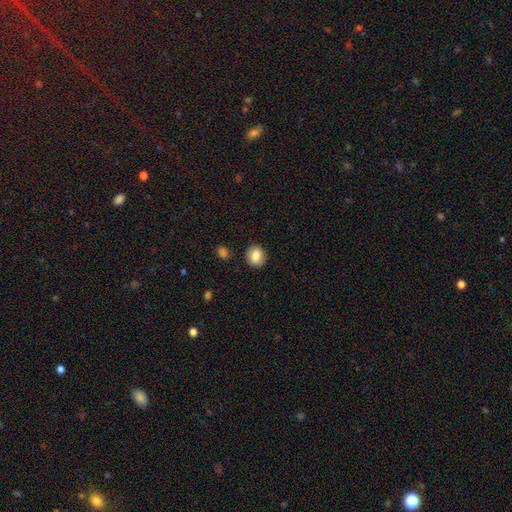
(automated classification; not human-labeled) Smooth or featured?
  - smooth: 83% *
  - featured or disk: 9%
  - star or artifact: 8%
How rounded?
  - round: 71% *
  - in between: 28%
  - cigar-shaped: 1%
Merging?
  - none: 87% *
  - minor disturbance: 9%
  - major disturbance: 3%
  - merger: 2%